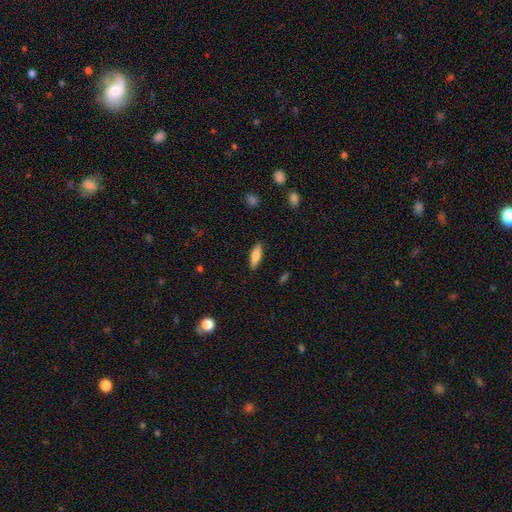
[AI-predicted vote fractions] This appears to be a smooth galaxy with no disk features (78%) that is cigar-shaped (51%). Merging: none (88%).